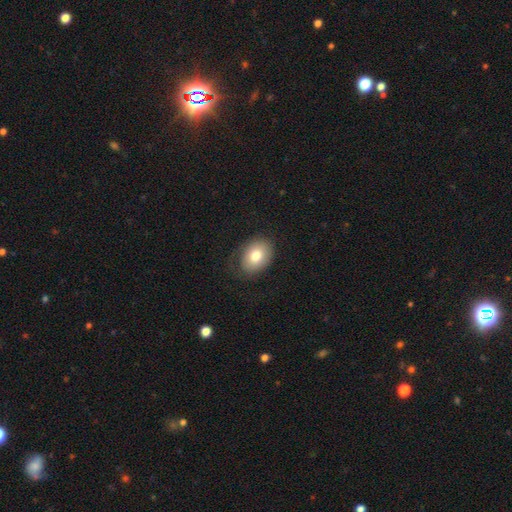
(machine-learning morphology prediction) Smooth or featured?
  - smooth: 77% *
  - featured or disk: 16%
  - star or artifact: 7%
How rounded?
  - in between: 71% *
  - round: 28%
  - cigar-shaped: 1%
Merging?
  - none: 73% *
  - minor disturbance: 19%
  - major disturbance: 7%
  - merger: 1%